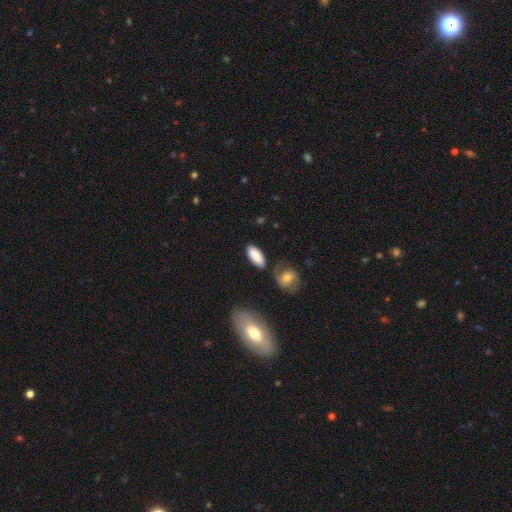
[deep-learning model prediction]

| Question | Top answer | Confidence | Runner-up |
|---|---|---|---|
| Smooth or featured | smooth | 84% | featured or disk (10%) |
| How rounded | in between | 84% | cigar-shaped (13%) |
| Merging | none | 69% | minor disturbance (18%) |